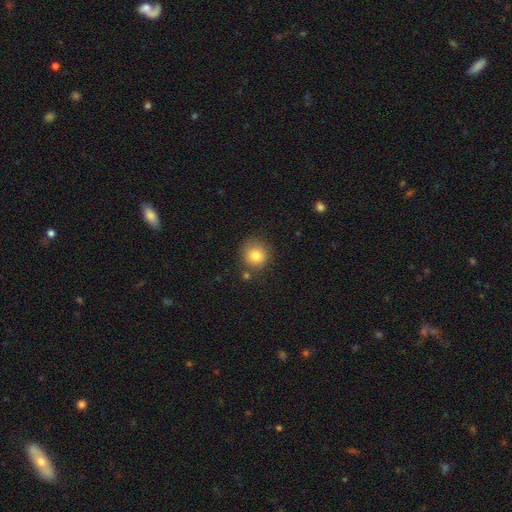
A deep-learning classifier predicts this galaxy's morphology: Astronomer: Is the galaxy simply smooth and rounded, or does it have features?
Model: smooth — 81%.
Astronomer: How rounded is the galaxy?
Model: round — 91%.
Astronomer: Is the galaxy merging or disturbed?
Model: none — 78%.